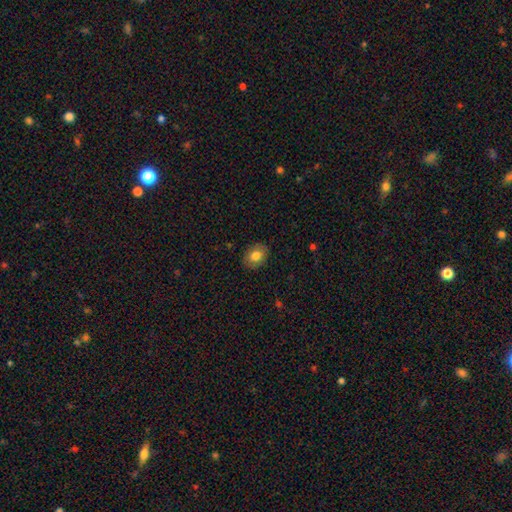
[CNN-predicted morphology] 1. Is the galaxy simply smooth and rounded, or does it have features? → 79% smooth, 12% featured or disk, 9% star or artifact.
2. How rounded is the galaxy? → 60% in between, 39% round, 1% cigar-shaped.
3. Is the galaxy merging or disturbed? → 88% none, 9% minor disturbance, 2% major disturbance, 1% merger.